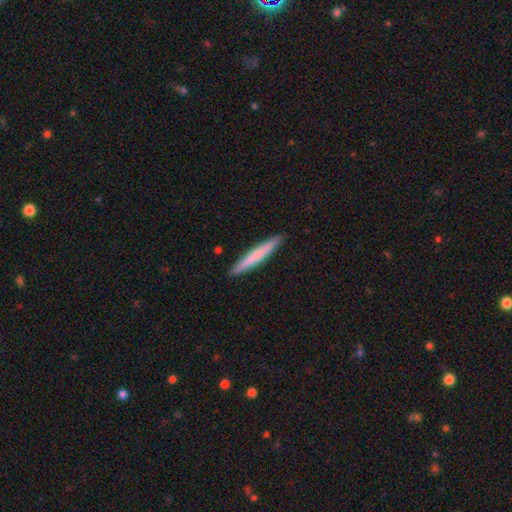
smooth_or_featured: smooth (p=0.53) [alt: featured or disk p=0.45]
how_rounded: cigar-shaped (p=1.00)
merging: none (p=0.87) [alt: minor disturbance p=0.08]